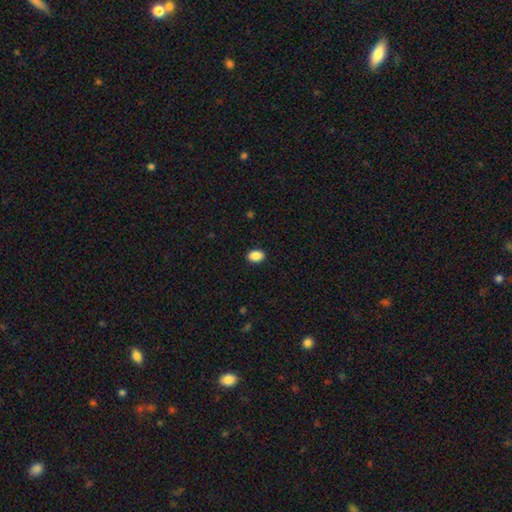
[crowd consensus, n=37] smooth 95%, star or artifact 5%, featured or disk 0%. Down the decision tree: how rounded — in between (83%); merging — none (80%).